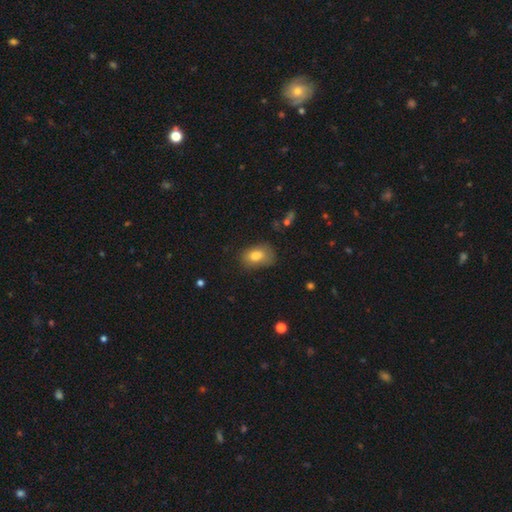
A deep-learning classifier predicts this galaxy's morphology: This is likely a smooth galaxy (78%). How rounded: clearly in between (81%). Merging: possibly none (60%).